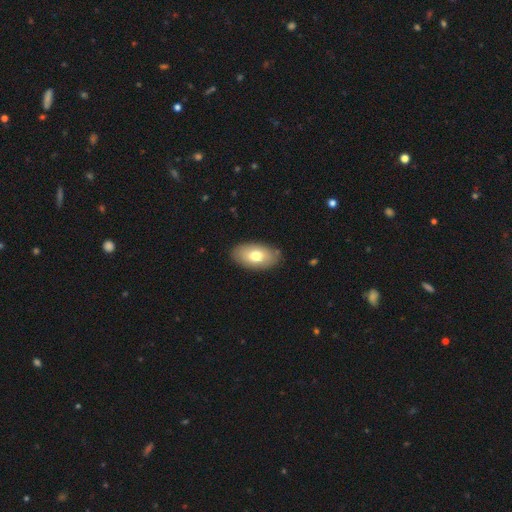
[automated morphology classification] smooth_or_featured: smooth (p=0.72) [alt: featured or disk p=0.21]
how_rounded: in between (p=0.93) [alt: round p=0.05]
merging: none (p=0.86) [alt: minor disturbance p=0.11]